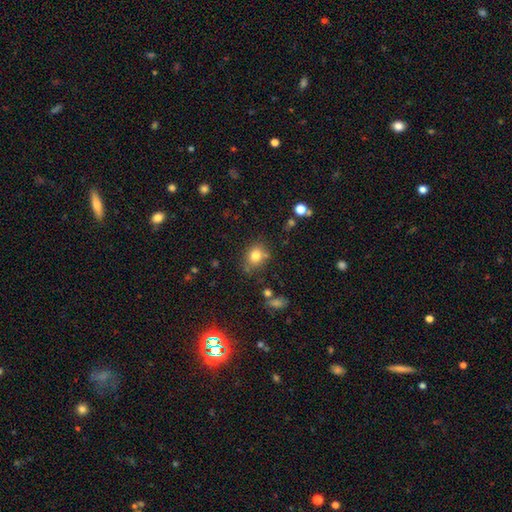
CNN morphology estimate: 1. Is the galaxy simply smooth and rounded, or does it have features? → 80% smooth, 12% star or artifact, 9% featured or disk.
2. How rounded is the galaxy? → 58% round, 41% in between, 1% cigar-shaped.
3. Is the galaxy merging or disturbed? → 73% none, 15% minor disturbance, 8% merger, 4% major disturbance.